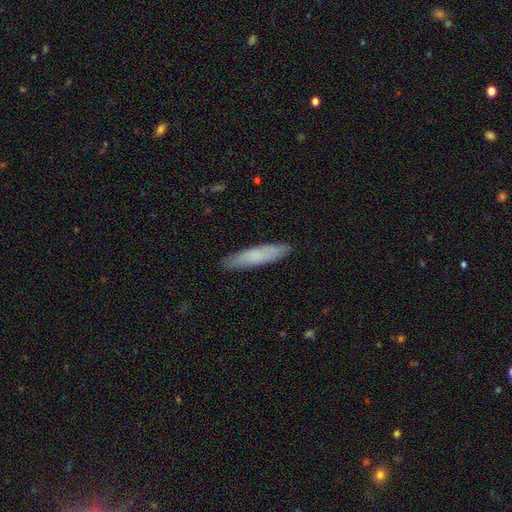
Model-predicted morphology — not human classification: Smooth or featured: smooth — 76% (featured or disk — 18%)
How rounded: cigar-shaped — 81% (in between — 18%)
Merging: none — 88% (minor disturbance — 9%)